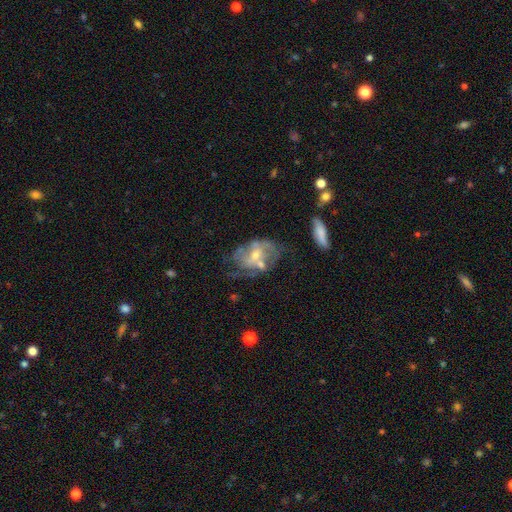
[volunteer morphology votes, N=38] Q: Smooth or featured?
A: featured or disk (95%); runner-up: smooth (3%)
Q: Edge-on disk?
A: no (92%); runner-up: yes (8%)
Q: Bar?
A: no (70%); runner-up: weak (27%)
Q: Spiral arms?
A: yes (79%); runner-up: no (21%)
Q: Spiral winding?
A: tight (46%); tied with: medium (46%)
Q: Spiral arm count?
A: can't tell (50%); runner-up: 2 (35%)
Q: Bulge size?
A: small (48%); runner-up: moderate (45%)
Q: Merging?
A: none (51%); runner-up: merger (22%)